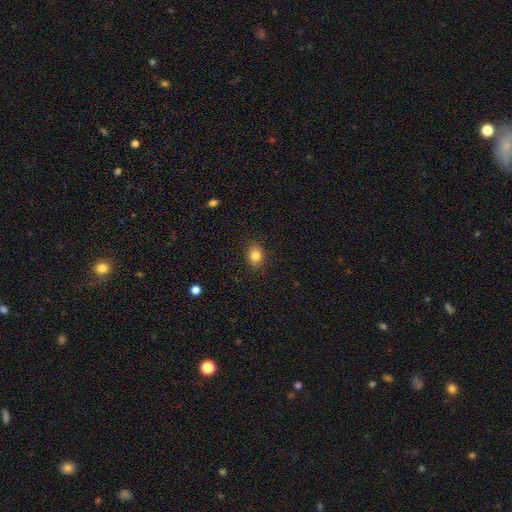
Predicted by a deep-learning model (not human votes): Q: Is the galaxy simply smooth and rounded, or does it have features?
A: smooth — 82%.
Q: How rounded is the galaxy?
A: in between — 50%.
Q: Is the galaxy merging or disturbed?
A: none — 88%.